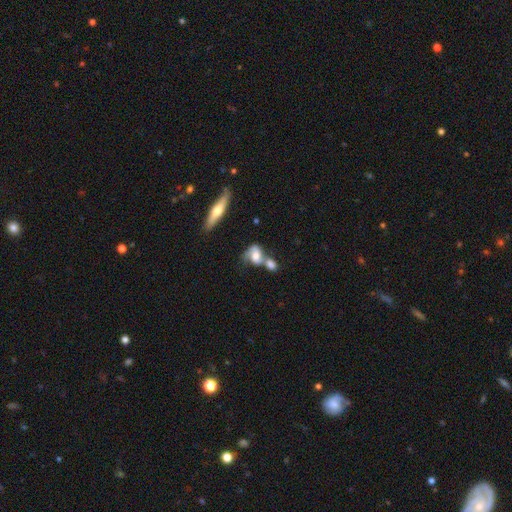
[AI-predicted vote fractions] Morphology: type=smooth (46%, tied with featured or disk); merging=merger (57%).